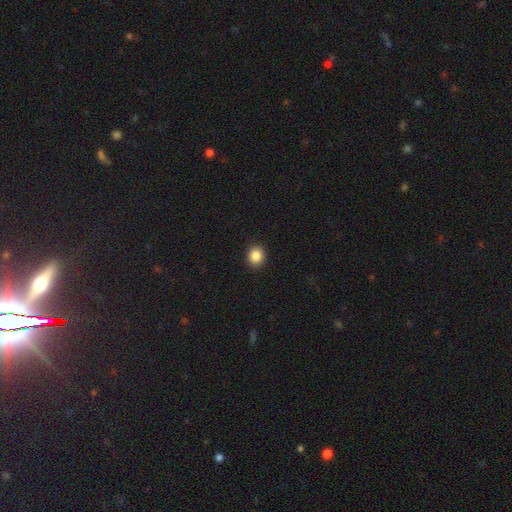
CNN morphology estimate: smooth_or_featured: smooth (p=0.87) [alt: star or artifact p=0.10]
how_rounded: round (p=0.74) [alt: in between p=0.25]
merging: none (p=0.91) [alt: minor disturbance p=0.06]